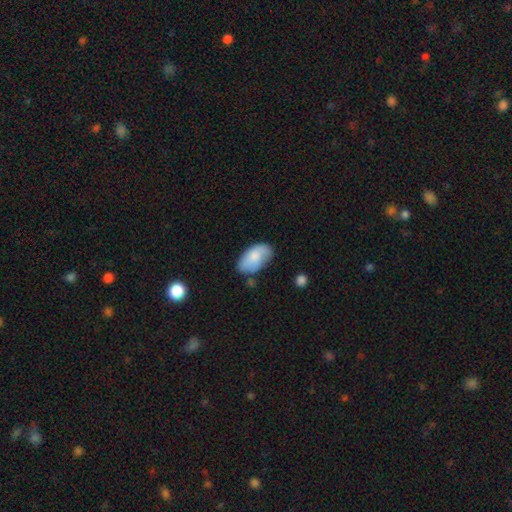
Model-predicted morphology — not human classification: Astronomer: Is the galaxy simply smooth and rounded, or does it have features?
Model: smooth — 76%.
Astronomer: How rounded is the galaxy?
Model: in between — 95%.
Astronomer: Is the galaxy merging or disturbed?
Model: none — 63%.